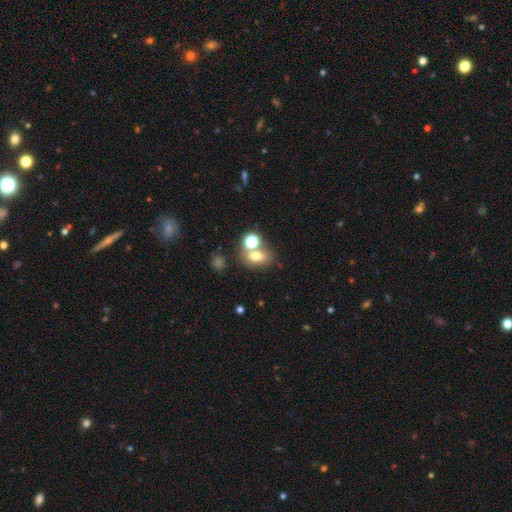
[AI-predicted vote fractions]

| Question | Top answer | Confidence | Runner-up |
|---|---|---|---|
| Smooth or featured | smooth | 70% | star or artifact (16%) |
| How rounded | in between | 62% | round (36%) |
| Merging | none | 52% | merger (32%) |